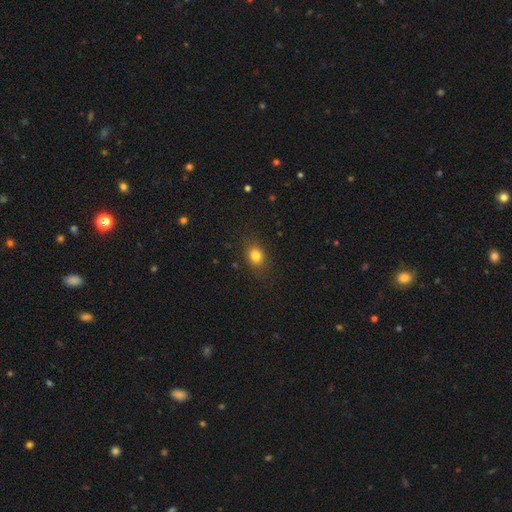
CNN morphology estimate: A smooth galaxy with no disk features (82%) that is in between round and cigar-shaped (50%).

Vote fractions:
- Smooth or featured? smooth: 82% / star or artifact: 12% / featured or disk: 7%
- How rounded? in between: 50% / round: 49% / cigar-shaped: 1%
- Merging? none: 86% / minor disturbance: 10% / major disturbance: 3% / merger: 1%